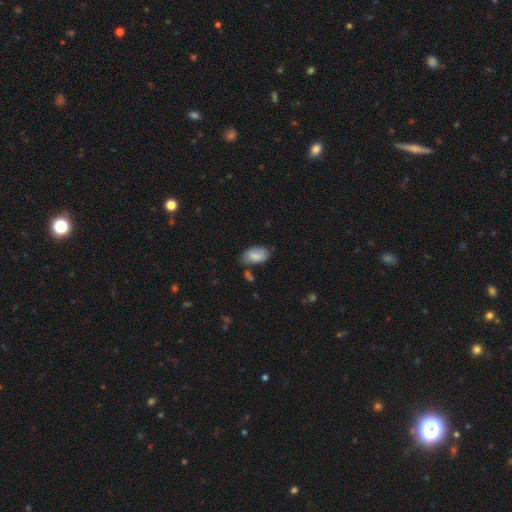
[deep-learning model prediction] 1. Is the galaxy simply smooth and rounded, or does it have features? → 81% smooth, 12% featured or disk, 7% star or artifact.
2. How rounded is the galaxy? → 94% in between, 4% round, 2% cigar-shaped.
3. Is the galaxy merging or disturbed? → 63% none, 25% minor disturbance, 6% merger, 6% major disturbance.